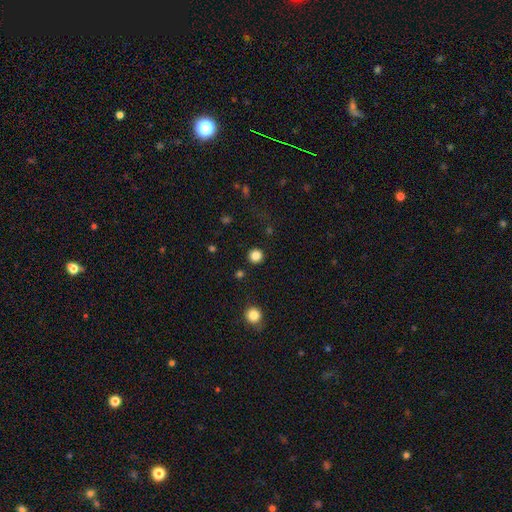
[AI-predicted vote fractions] smooth_or_featured: smooth (p=0.85) [alt: star or artifact p=0.12]
how_rounded: round (p=0.94) [alt: in between p=0.05]
merging: none (p=0.91) [alt: minor disturbance p=0.05]